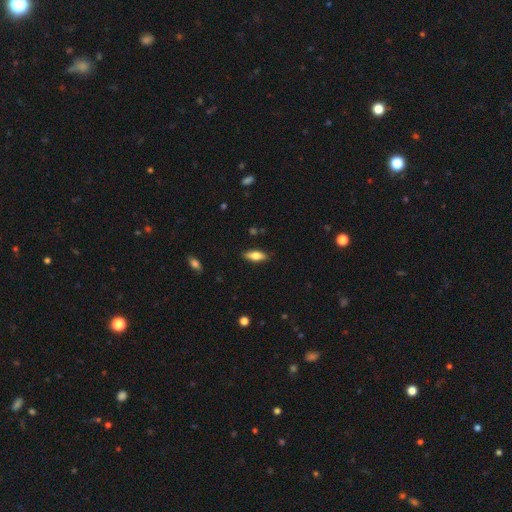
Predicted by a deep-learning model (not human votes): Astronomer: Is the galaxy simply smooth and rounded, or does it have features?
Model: smooth — 72%.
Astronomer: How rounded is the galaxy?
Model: in between — 72%.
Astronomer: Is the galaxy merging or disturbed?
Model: none — 86%.